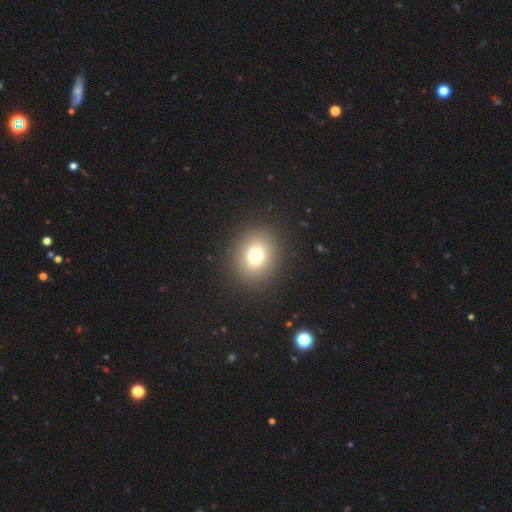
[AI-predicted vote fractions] Overall: smooth (75%). How rounded: round (69%; in between 30%). Merging: none (90%).